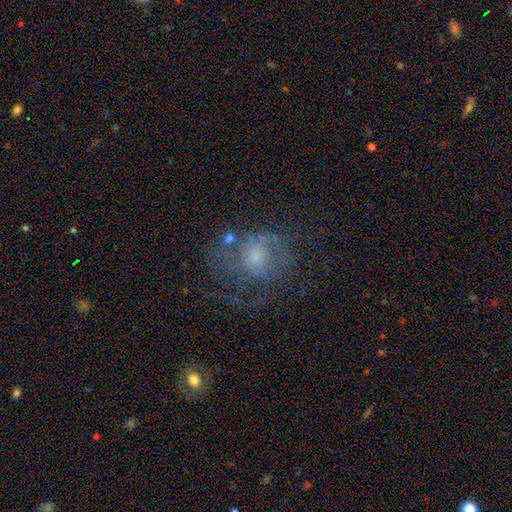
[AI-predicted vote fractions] Smooth or featured? featured or disk (56%)
Edge-on disk? no (97%)
Bar? no (75%)
Spiral arms? yes (58%)
Bulge size? moderate (42%)
Merging? none (47%)